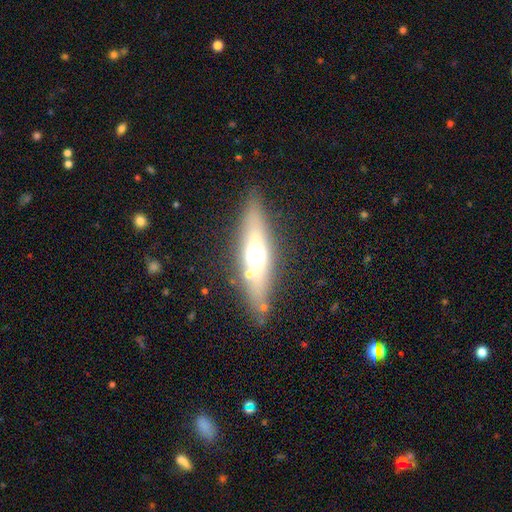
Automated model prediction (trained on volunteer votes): A featured or disk galaxy (50%).

Vote fractions:
- Smooth or featured? featured or disk: 50% / smooth: 41% / star or artifact: 9%
- Merging? none: 83% / minor disturbance: 11% / major disturbance: 4% / merger: 3%